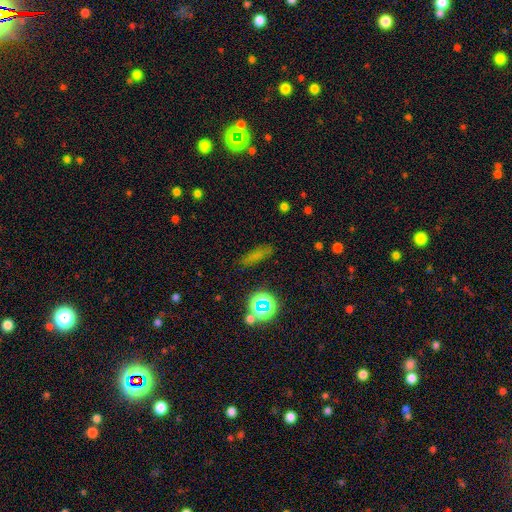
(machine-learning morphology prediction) This is possibly a smooth galaxy (60%). How rounded: possibly cigar-shaped (59%). Merging: clearly none (81%).